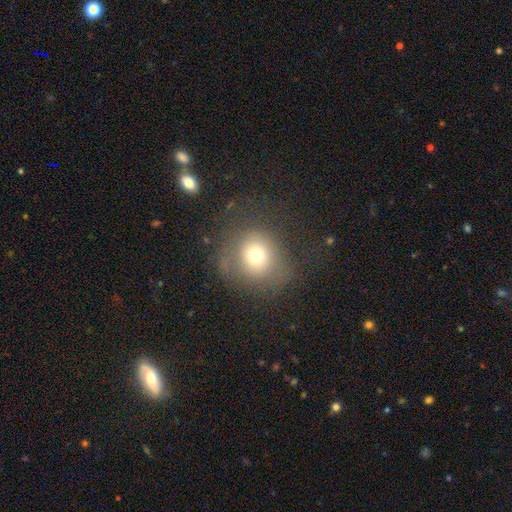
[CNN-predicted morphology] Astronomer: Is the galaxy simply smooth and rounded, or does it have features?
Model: smooth — 70%.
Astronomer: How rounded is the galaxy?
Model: round — 81%.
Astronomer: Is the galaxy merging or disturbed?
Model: none — 62%.